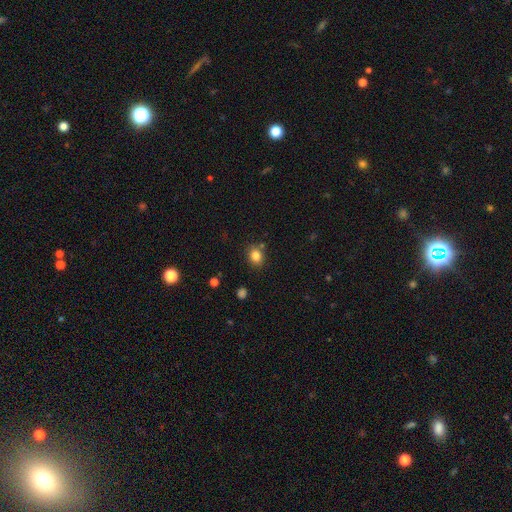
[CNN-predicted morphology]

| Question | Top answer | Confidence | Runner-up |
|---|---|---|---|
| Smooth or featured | smooth | 83% | star or artifact (11%) |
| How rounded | round | 60% | in between (40%) |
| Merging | none | 81% | minor disturbance (11%) |